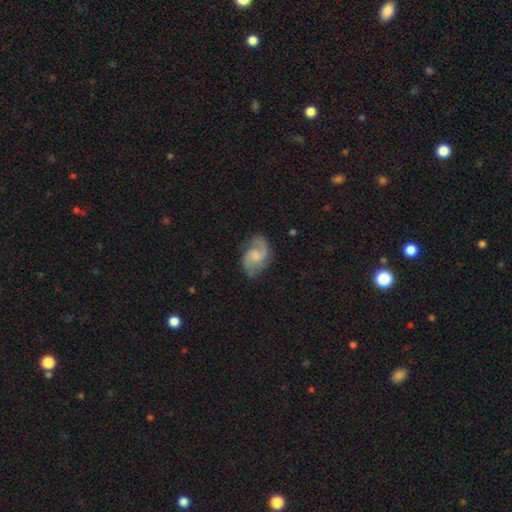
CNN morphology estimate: This appears to be a featured or disk galaxy (79%) with no bar (49%), 2 (89%) medium (51%) spiral arms (95%) and no central bulge (31%). Merging: none (73%).